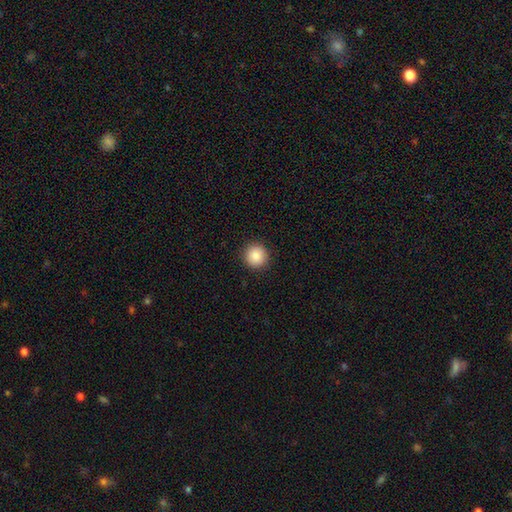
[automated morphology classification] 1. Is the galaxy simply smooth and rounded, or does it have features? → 88% smooth, 9% star or artifact, 4% featured or disk.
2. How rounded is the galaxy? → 95% round, 4% in between, 1% cigar-shaped.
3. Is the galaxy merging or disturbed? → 92% none, 5% minor disturbance, 2% major disturbance, 1% merger.